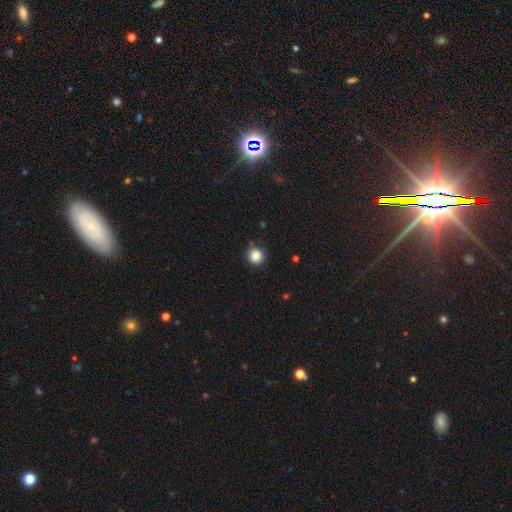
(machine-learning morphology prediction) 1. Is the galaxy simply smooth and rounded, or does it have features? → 84% smooth, 11% star or artifact, 5% featured or disk.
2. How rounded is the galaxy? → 92% round, 7% in between, 1% cigar-shaped.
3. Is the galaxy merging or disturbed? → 85% none, 11% minor disturbance, 2% major disturbance, 2% merger.